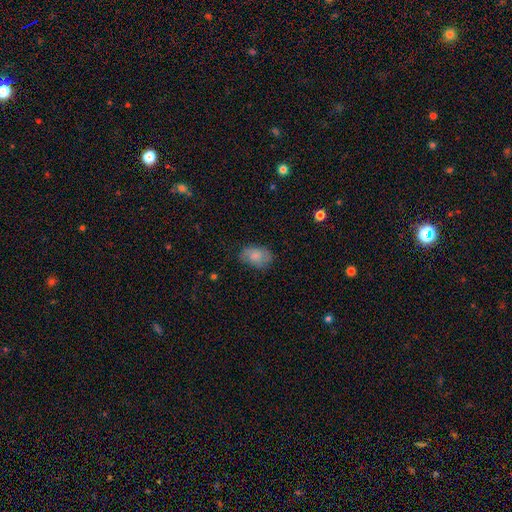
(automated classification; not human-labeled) A smooth galaxy with no disk features (74%) that is in between round and cigar-shaped (85%).

Vote fractions:
- Smooth or featured? smooth: 74% / featured or disk: 19% / star or artifact: 8%
- How rounded? in between: 85% / round: 13% / cigar-shaped: 1%
- Merging? none: 69% / minor disturbance: 23% / major disturbance: 7% / merger: 1%